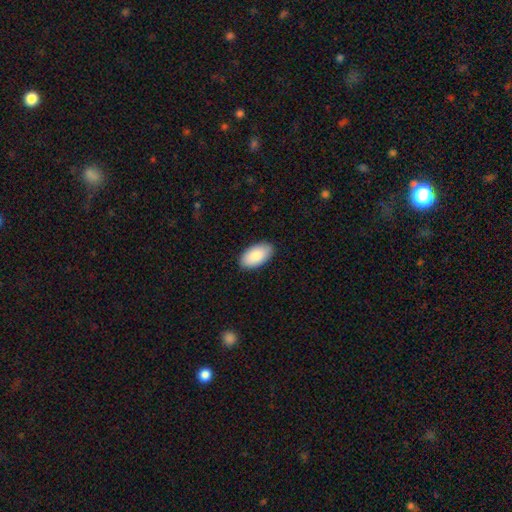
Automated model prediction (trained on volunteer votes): A smooth galaxy with no disk features (85%) that is in between round and cigar-shaped (96%).

Vote fractions:
- Smooth or featured? smooth: 85% / featured or disk: 9% / star or artifact: 6%
- How rounded? in between: 96% / round: 2% / cigar-shaped: 2%
- Merging? none: 89% / minor disturbance: 9% / major disturbance: 2% / merger: 1%